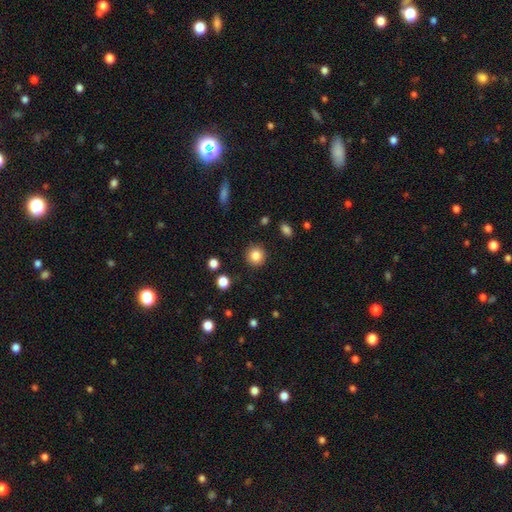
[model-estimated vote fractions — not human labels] The model was most divided on "smooth or featured": smooth: 84%, star or artifact: 10%, featured or disk: 5%. More confident: how rounded — round (93%); merging — none (91%).